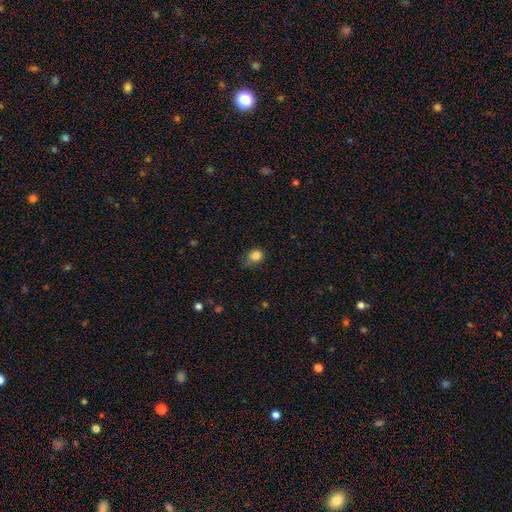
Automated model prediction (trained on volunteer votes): This appears to be a smooth galaxy with no disk features (84%) that is round (57%). Merging: none (61%).